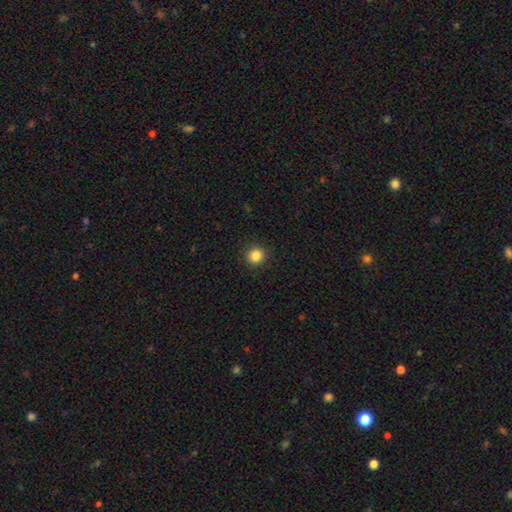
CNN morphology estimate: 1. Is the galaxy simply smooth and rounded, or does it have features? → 85% smooth, 11% star or artifact, 4% featured or disk.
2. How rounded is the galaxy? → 94% round, 5% in between, 1% cigar-shaped.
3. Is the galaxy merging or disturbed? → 92% none, 5% minor disturbance, 2% major disturbance, 1% merger.